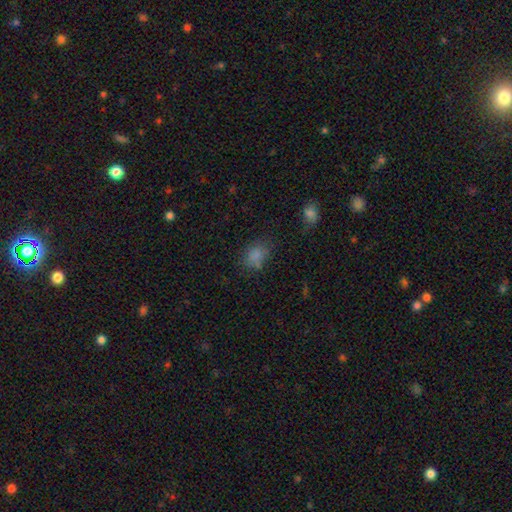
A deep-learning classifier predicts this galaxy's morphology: Smooth or featured: smooth — 78% (star or artifact — 14%)
How rounded: in between — 70% (round — 28%)
Merging: none — 61% (minor disturbance — 23%)